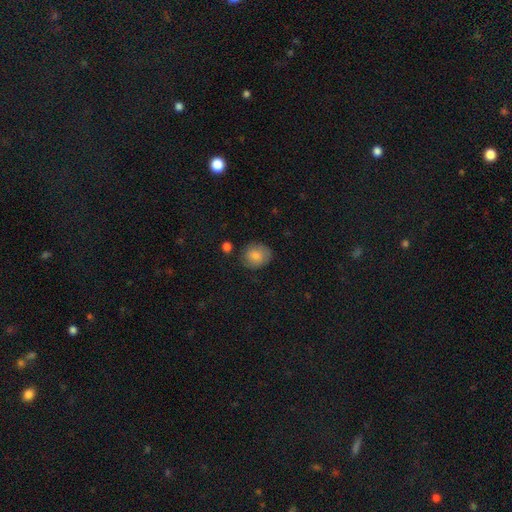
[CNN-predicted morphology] This is clearly a smooth galaxy (83%). How rounded: likely round (72%). Merging: likely none (75%).